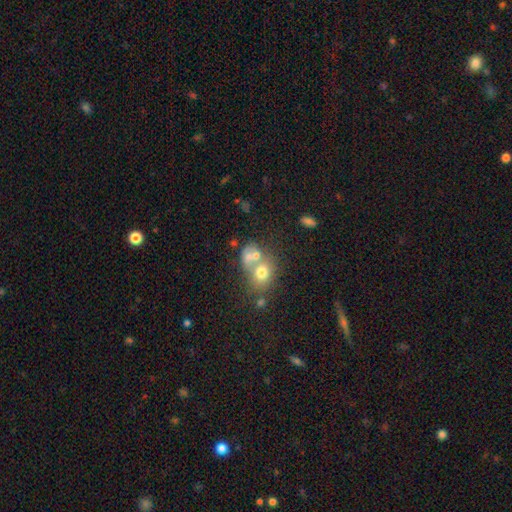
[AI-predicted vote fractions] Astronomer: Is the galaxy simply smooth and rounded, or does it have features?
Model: smooth — 62%.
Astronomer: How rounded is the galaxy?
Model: round — 57% (runner-up: in between, 42%).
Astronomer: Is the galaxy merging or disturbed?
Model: merger — 61%.